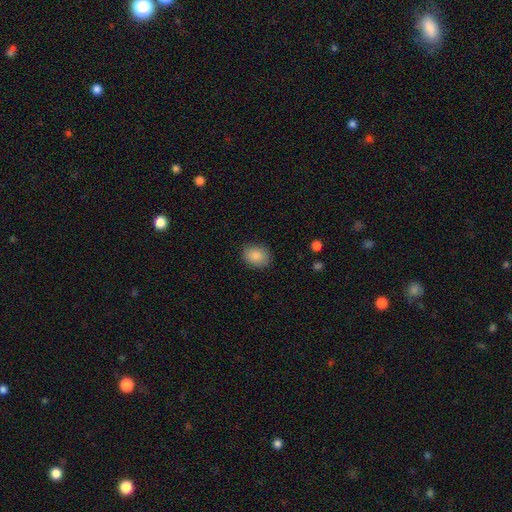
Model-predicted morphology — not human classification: This is clearly a smooth galaxy (87%). How rounded: possibly in between (57%). Merging: clearly none (86%).